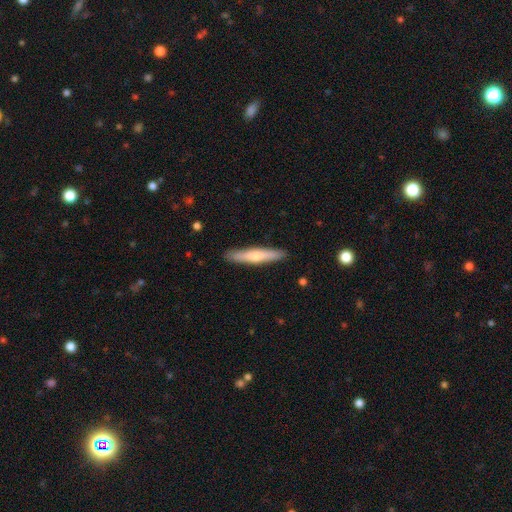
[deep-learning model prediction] The model was most divided on "smooth or featured": smooth: 56%, featured or disk: 38%, star or artifact: 5%. More confident: how rounded — cigar-shaped (92%); merging — none (90%).